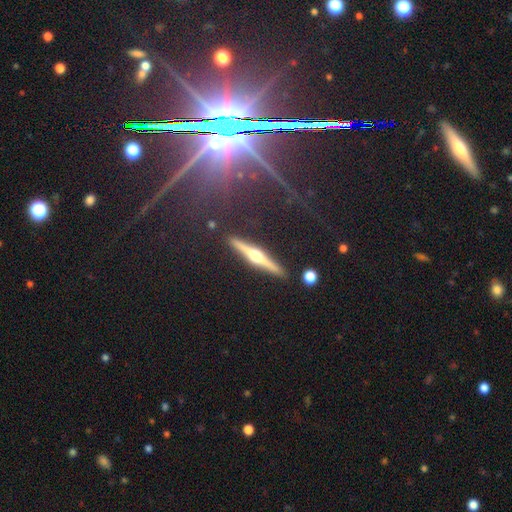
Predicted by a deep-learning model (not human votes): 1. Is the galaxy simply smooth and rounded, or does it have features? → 78% featured or disk, 15% smooth, 7% star or artifact.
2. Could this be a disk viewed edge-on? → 98% yes, 2% no.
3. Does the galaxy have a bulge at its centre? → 93% rounded, 4% boxy, 3% none.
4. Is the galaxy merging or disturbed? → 90% none, 7% minor disturbance, 2% merger, 2% major disturbance.